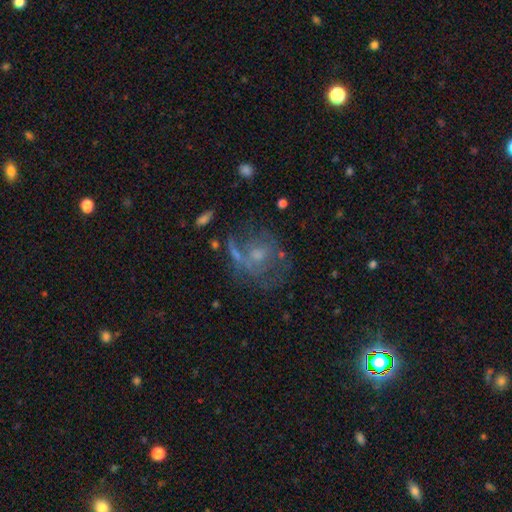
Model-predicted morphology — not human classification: Smooth or featured? featured or disk (54%)
Edge-on disk? no (96%)
Bar? no (77%)
Spiral arms? no (51%)
Bulge size? moderate (44%)
Merging? none (48%)